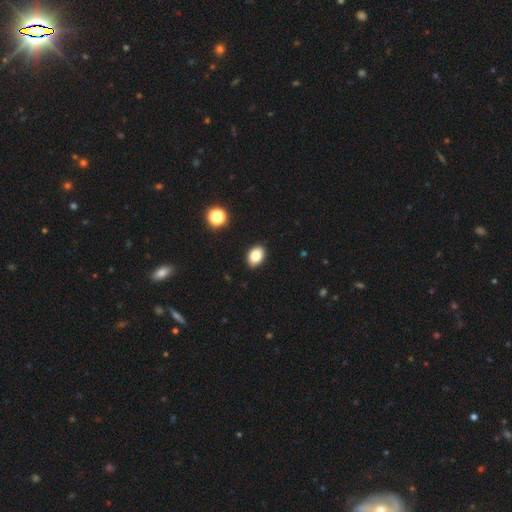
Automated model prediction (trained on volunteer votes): Overall: smooth (82%). How rounded: in between (79%). Merging: none (89%).